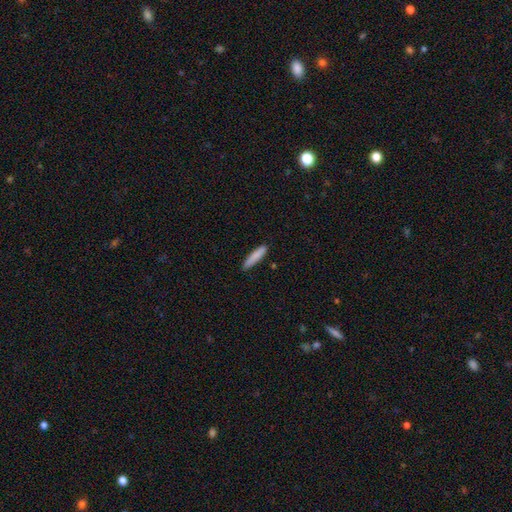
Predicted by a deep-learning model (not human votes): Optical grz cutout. It shows a smooth galaxy with no disk features (85%) that is cigar-shaped (87%). Merging: none (86%).